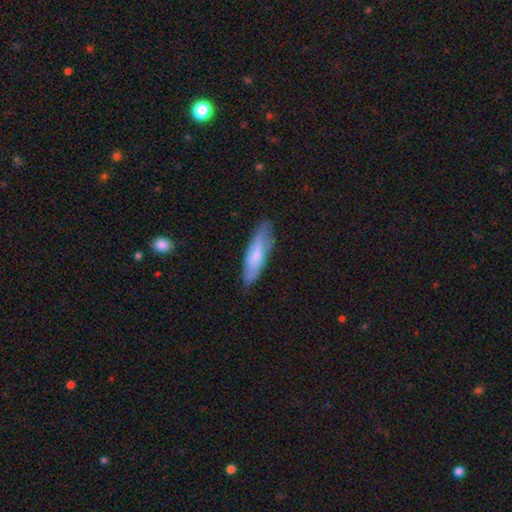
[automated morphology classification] Smooth or featured? Predicted: smooth (p=0.62). How rounded? Predicted: cigar-shaped (p=0.61). Merging? Predicted: none (p=0.71).